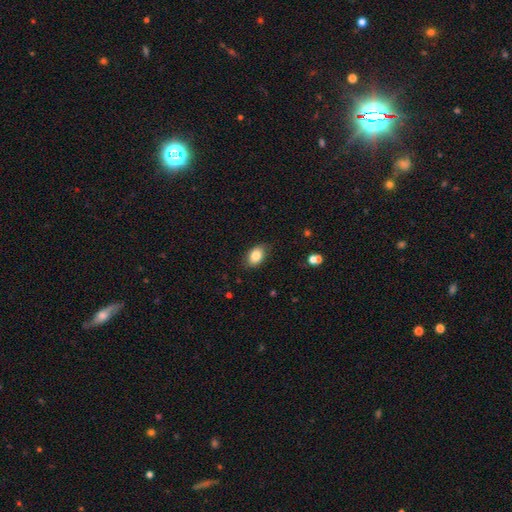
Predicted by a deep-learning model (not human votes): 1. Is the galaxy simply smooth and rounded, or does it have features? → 84% smooth, 8% featured or disk, 8% star or artifact.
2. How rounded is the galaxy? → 85% in between, 14% round, 1% cigar-shaped.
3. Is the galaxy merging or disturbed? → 82% none, 14% minor disturbance, 3% major disturbance, 1% merger.